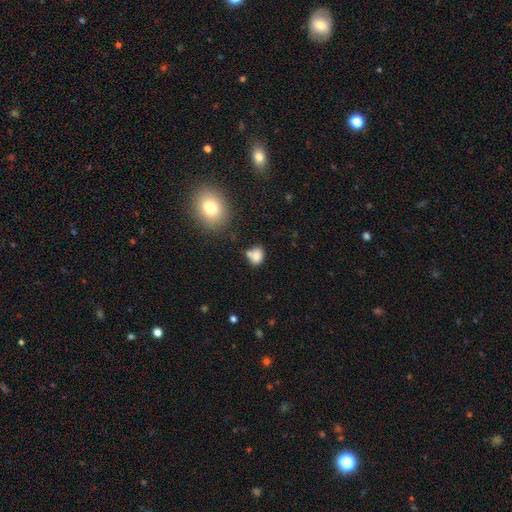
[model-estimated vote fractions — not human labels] A smooth galaxy with no disk features (79%) that is in between round and cigar-shaped (56%).

Vote fractions:
- Smooth or featured? smooth: 79% / star or artifact: 11% / featured or disk: 10%
- How rounded? in between: 56% / round: 43% / cigar-shaped: 2%
- Merging? none: 49% / merger: 28% / minor disturbance: 17% / major disturbance: 6%